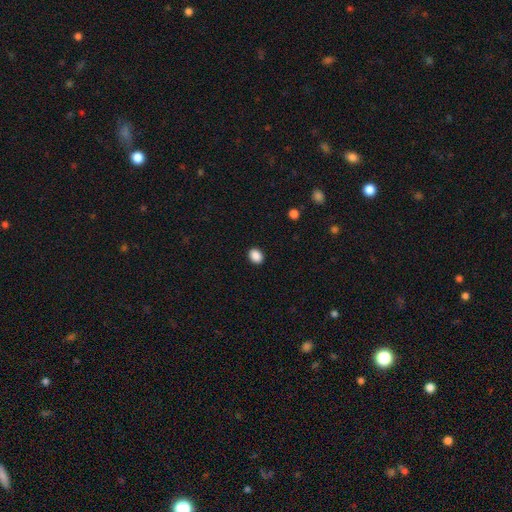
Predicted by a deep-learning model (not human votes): smooth 89%, star or artifact 9%, featured or disk 2%. Down the decision tree: how rounded — in between (60%); merging — none (91%).